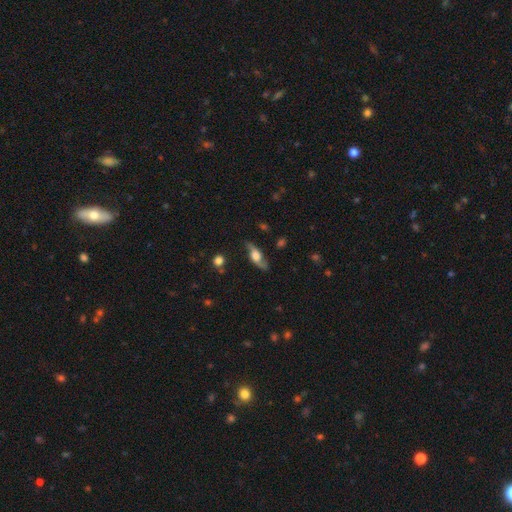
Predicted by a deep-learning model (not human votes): Smooth or featured?
  - featured or disk: 63% *
  - smooth: 29%
  - star or artifact: 8%
Edge-on disk?
  - no: 57% *
  - yes: 43%
Merging?
  - none: 74% *
  - minor disturbance: 18%
  - major disturbance: 6%
  - merger: 2%